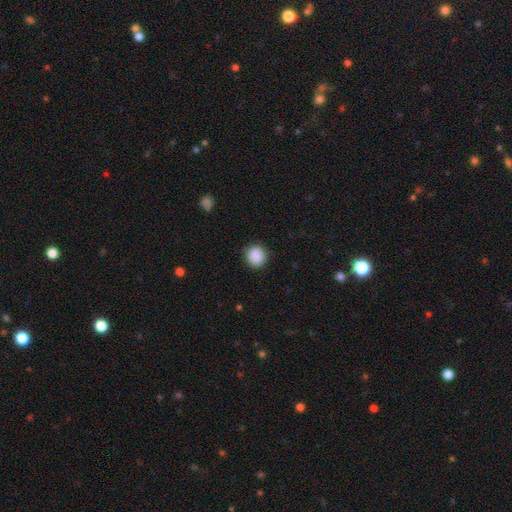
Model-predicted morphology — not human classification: A smooth galaxy with no disk features (89%) that is round (89%).

Vote fractions:
- Smooth or featured? smooth: 89% / star or artifact: 8% / featured or disk: 3%
- How rounded? round: 89% / in between: 10% / cigar-shaped: 1%
- Merging? none: 90% / minor disturbance: 7% / major disturbance: 2% / merger: 1%